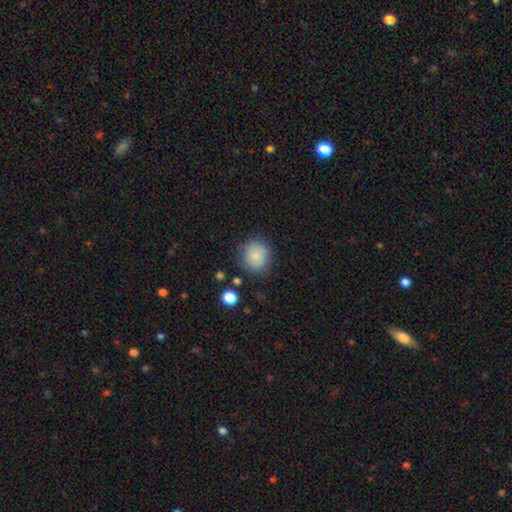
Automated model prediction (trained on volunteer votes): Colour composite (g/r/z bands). It shows a smooth galaxy with no disk features (83%) that is round (85%). Merging: none (80%).